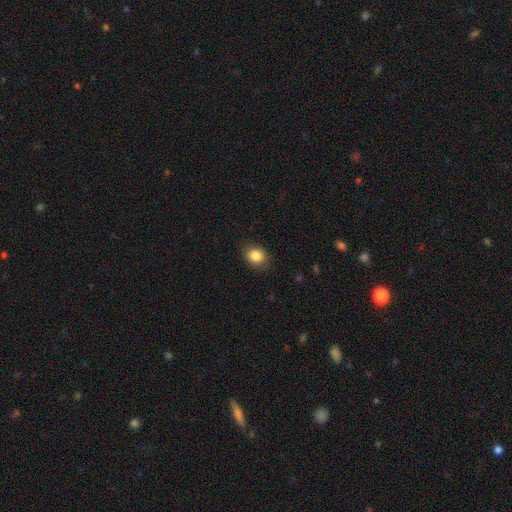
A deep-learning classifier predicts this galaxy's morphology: Smooth or featured? smooth (85%)
How rounded? round (50%)
Merging? none (84%)